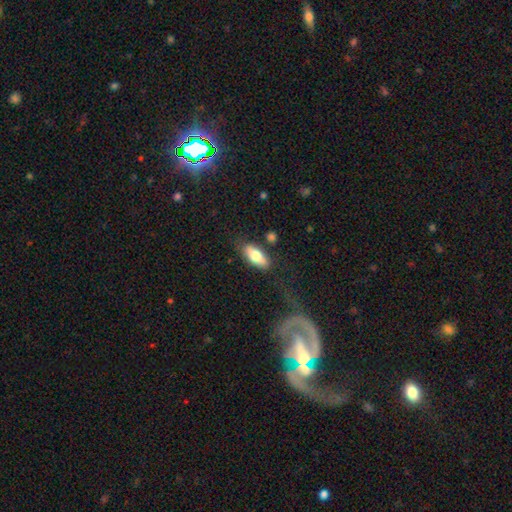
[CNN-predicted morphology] type=smooth (74%); roundness=in between (82%); merging=none (77%).